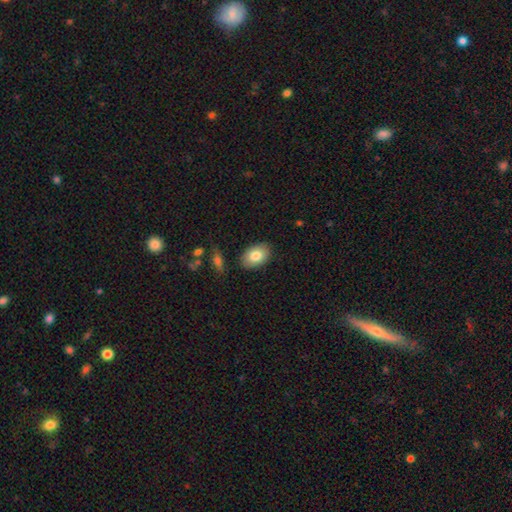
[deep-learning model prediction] The model was most divided on "smooth or featured": smooth: 82%, featured or disk: 12%, star or artifact: 7%. More confident: how rounded — in between (87%); merging — none (86%).